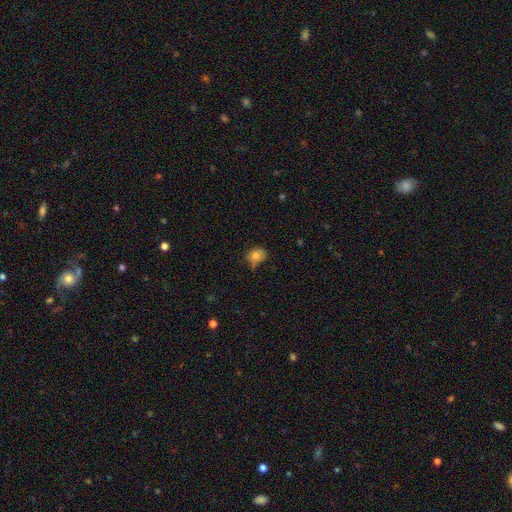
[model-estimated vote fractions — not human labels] A smooth galaxy with no disk features (77%) that is round (52%).

Vote fractions:
- Smooth or featured? smooth: 77% / featured or disk: 11% / star or artifact: 11%
- How rounded? round: 52% / in between: 47% / cigar-shaped: 1%
- Merging? none: 51% / minor disturbance: 35% / major disturbance: 10% / merger: 4%